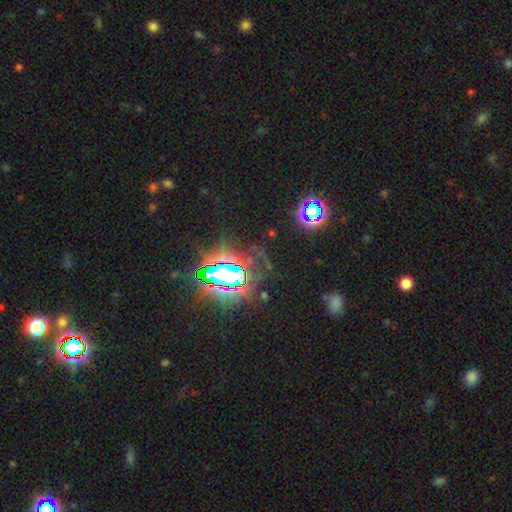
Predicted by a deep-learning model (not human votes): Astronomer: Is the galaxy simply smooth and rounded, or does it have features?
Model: star or artifact — 81%.